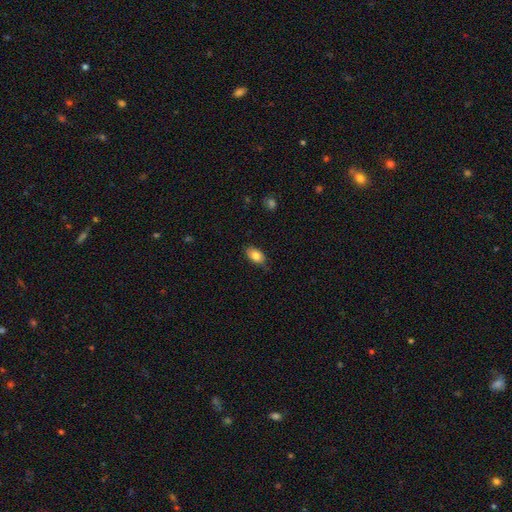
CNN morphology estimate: This is clearly a smooth galaxy (82%). How rounded: clearly in between (91%). Merging: likely none (79%).